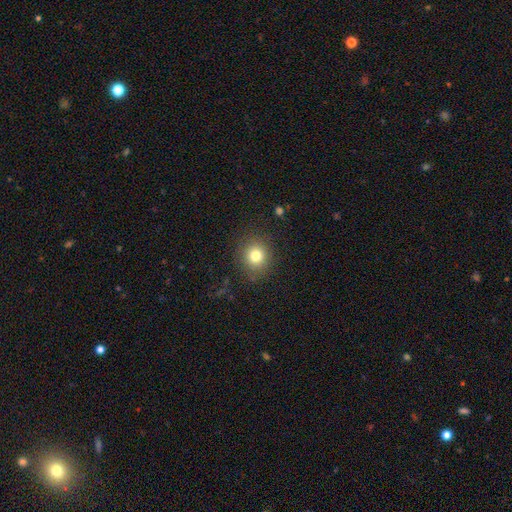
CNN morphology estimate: This is likely a smooth galaxy (78%). How rounded: clearly round (81%). Merging: clearly none (86%).